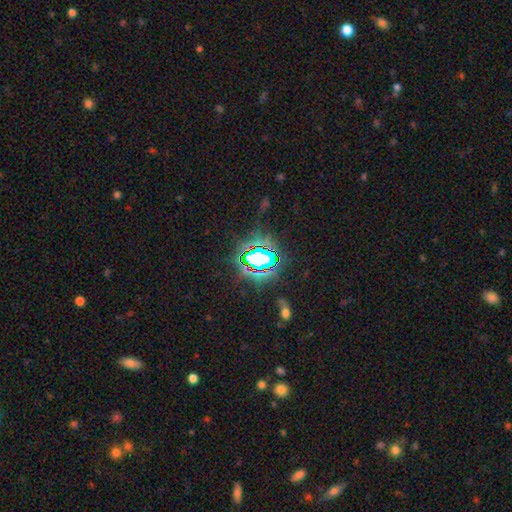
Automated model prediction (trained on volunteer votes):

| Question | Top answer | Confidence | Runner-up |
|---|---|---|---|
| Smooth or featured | star or artifact | 74% | smooth (14%) |